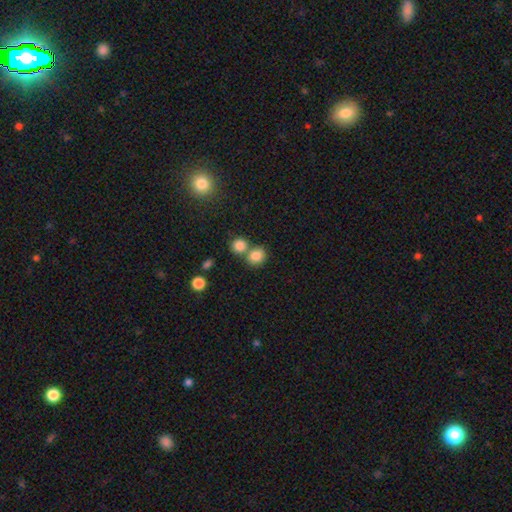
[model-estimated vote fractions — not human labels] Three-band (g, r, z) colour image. It shows a smooth galaxy with no disk features (83%) that is round (73%). Merging: none (53%).